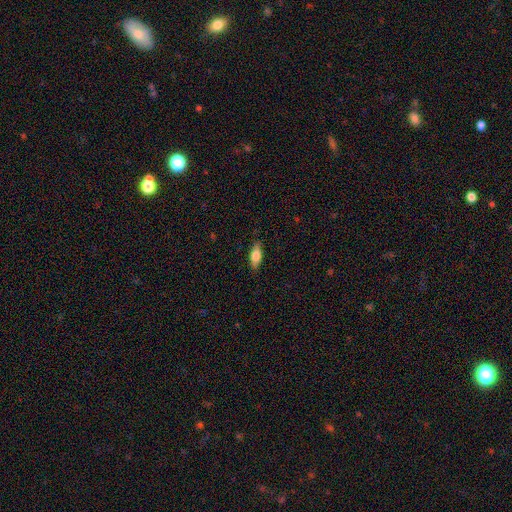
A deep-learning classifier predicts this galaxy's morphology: Overall: smooth (75%). How rounded: in between (72%). Merging: none (85%).